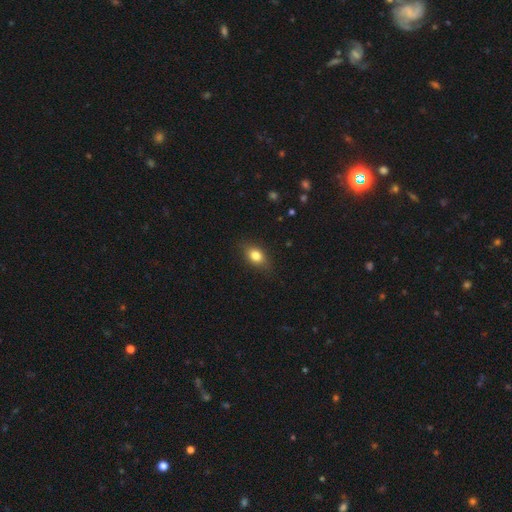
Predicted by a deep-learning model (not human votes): smooth 80%, featured or disk 11%, star or artifact 9%. Down the decision tree: how rounded — in between (73%); merging — none (81%).